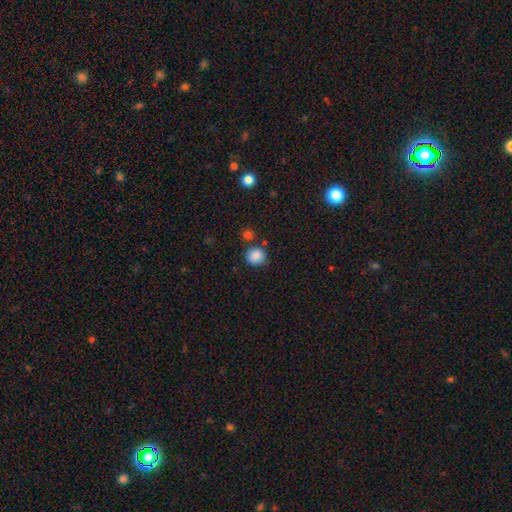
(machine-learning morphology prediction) Smooth or featured?
  - smooth: 86% *
  - star or artifact: 9%
  - featured or disk: 5%
How rounded?
  - round: 87% *
  - in between: 12%
  - cigar-shaped: 1%
Merging?
  - none: 78% *
  - minor disturbance: 11%
  - merger: 8%
  - major disturbance: 3%